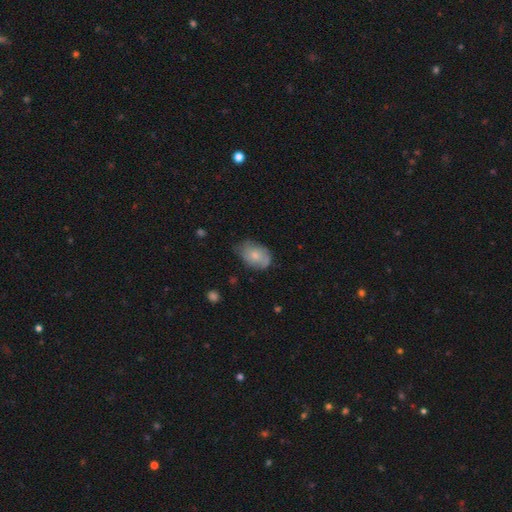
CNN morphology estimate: This is likely a smooth galaxy (70%). How rounded: clearly in between (80%). Merging: possibly none (52%).